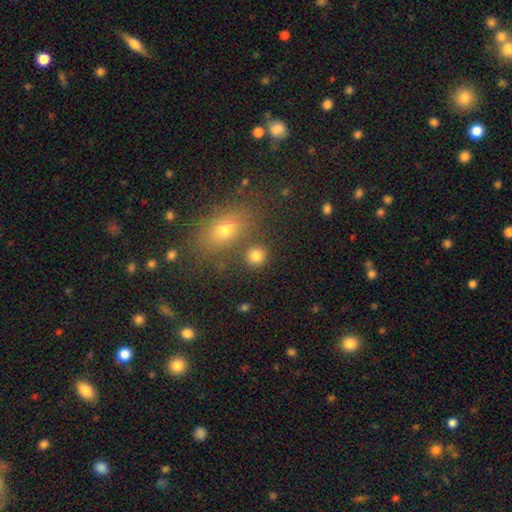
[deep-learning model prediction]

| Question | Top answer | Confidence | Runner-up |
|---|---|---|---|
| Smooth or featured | smooth | 80% | star or artifact (14%) |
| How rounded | round | 84% | in between (15%) |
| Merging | none | 77% | merger (12%) |